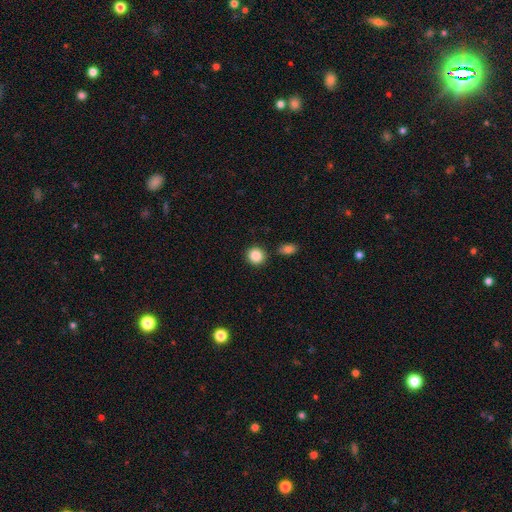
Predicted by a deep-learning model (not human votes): Smooth or featured? Predicted: smooth (p=0.87). How rounded? Predicted: round (p=0.89). Merging? Predicted: none (p=0.86).